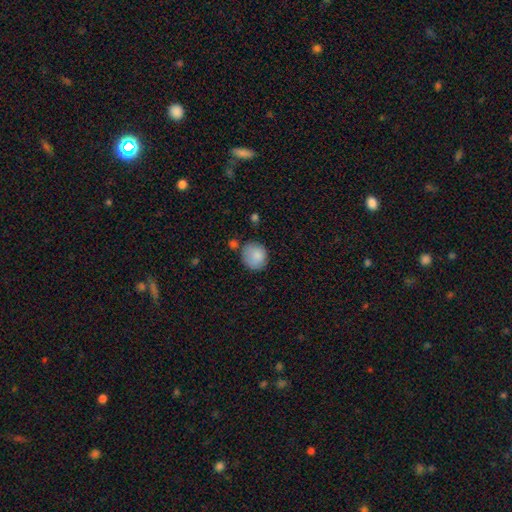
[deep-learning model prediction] The model was most divided on "merging": none: 67%, minor disturbance: 21%, merger: 7%, major disturbance: 5%. More confident: smooth or featured — smooth (87%); how rounded — round (81%).